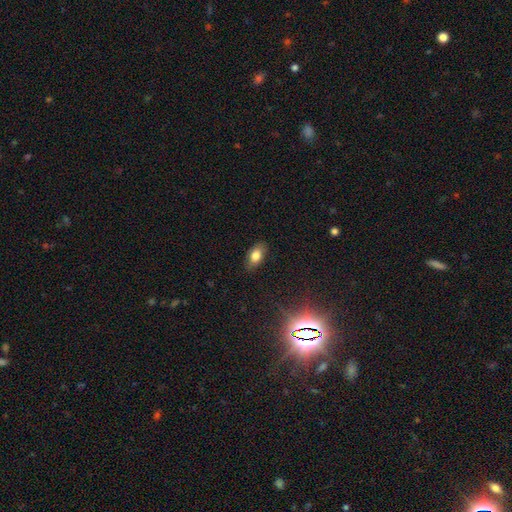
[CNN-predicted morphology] A smooth galaxy with no disk features (78%) that is in between round and cigar-shaped (90%).

Vote fractions:
- Smooth or featured? smooth: 78% / featured or disk: 12% / star or artifact: 10%
- How rounded? in between: 90% / round: 6% / cigar-shaped: 5%
- Merging? none: 84% / minor disturbance: 12% / major disturbance: 3% / merger: 1%